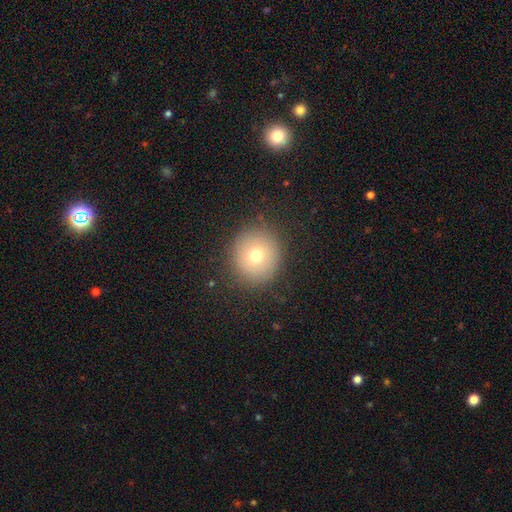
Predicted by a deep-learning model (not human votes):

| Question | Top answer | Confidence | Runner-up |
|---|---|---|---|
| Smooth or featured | smooth | 70% | featured or disk (16%) |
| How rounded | round | 91% | in between (8%) |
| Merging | none | 87% | minor disturbance (8%) |